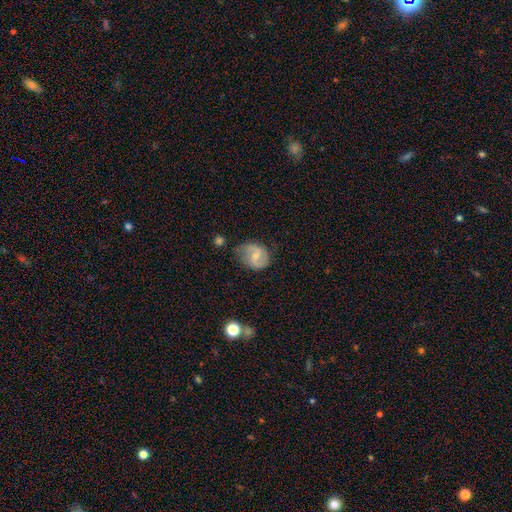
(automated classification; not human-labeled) A featured or disk galaxy (64%) with a weak bar (52%), 2 (85%) medium (48%) spiral arms (87%) and a small central bulge (53%). Merging: none (59%).